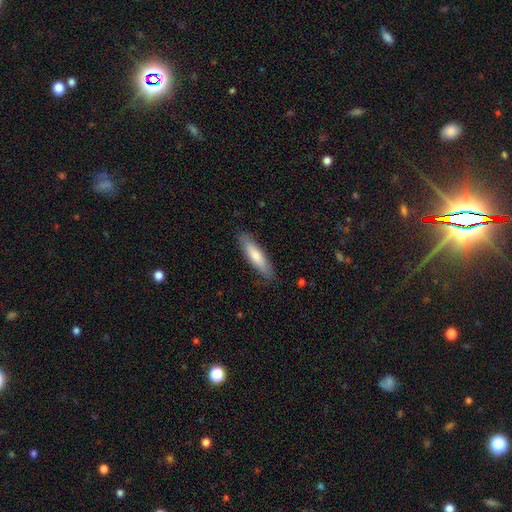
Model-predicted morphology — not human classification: Smooth or featured? smooth (76%)
How rounded? cigar-shaped (73%)
Merging? none (86%)